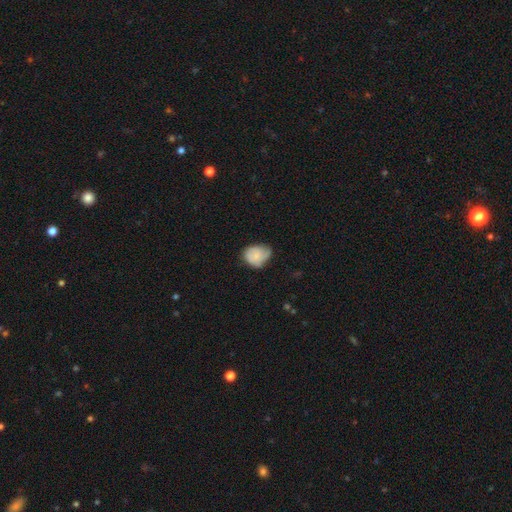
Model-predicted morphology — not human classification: Overall: smooth (58%; featured or disk 34%). How rounded: in between (52%; round 47%). Merging: none (47%; minor disturbance 39%).